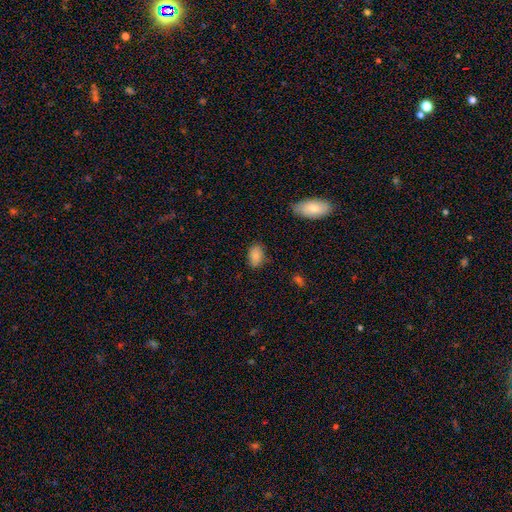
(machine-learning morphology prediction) This is clearly a smooth galaxy (82%). How rounded: clearly in between (86%). Merging: likely none (79%).